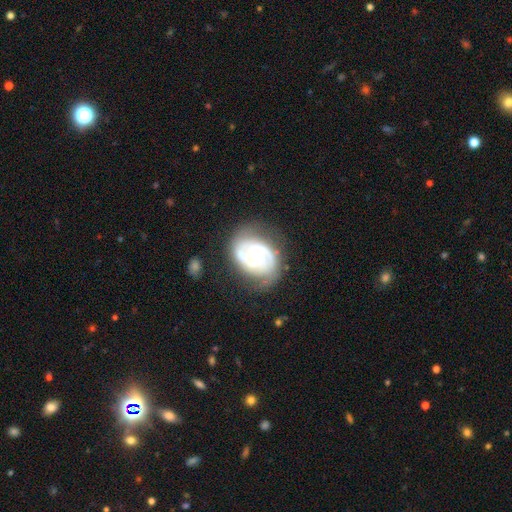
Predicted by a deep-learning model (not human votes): The model was most divided on "spiral winding": tight: 50%, medium: 42%, loose: 8%. More confident: edge-on disk — no (98%); spiral arms — yes (97%); smooth or featured — featured or disk (88%); spiral arm count — 2 (75%); merging — none (71%); bulge size — moderate (54%); bar — no (51%).